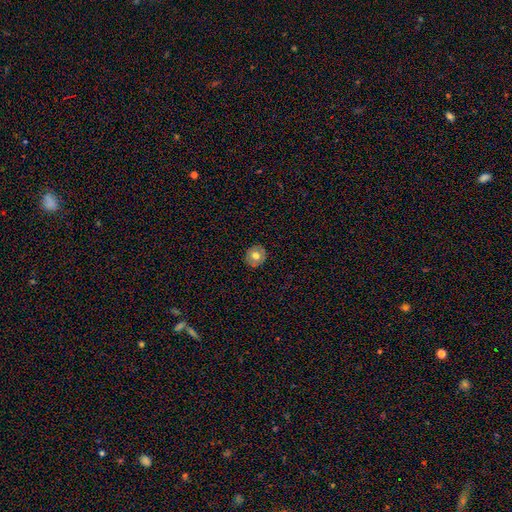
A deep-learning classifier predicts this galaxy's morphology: smooth-or-featured: smooth: 69% | featured or disk: 22% | star or artifact: 9%
  how-rounded: round: 88% | in between: 11% | cigar-shaped: 1%
  merging: none: 90% | minor disturbance: 8% | major disturbance: 2% | merger: 1%